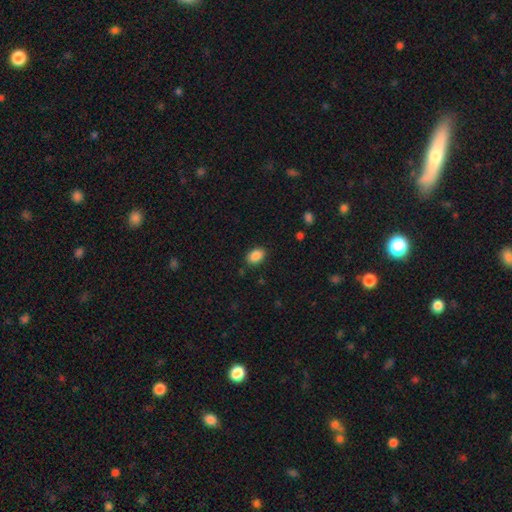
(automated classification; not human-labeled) The model was most divided on "how rounded": in between: 85%, round: 14%, cigar-shaped: 1%. More confident: smooth or featured — smooth (88%); merging — none (86%).